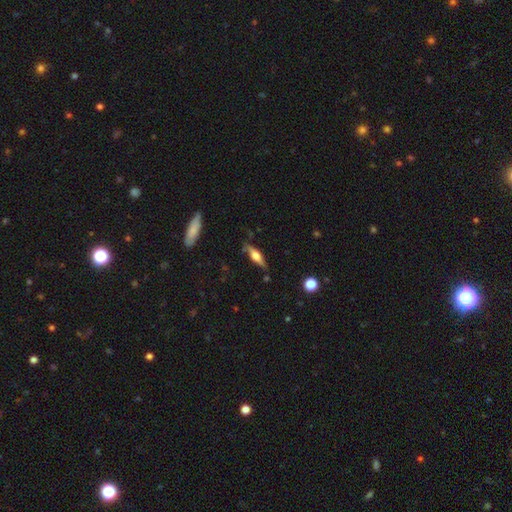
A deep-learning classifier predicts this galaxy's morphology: A featured or disk galaxy (57%) viewed edge-on (91%) with a rounded central bulge (84%). Merging: none (76%).